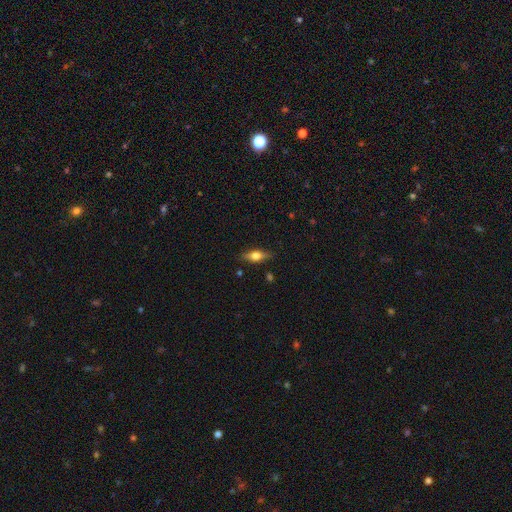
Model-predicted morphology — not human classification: This is possibly a smooth galaxy (59%). How rounded: likely in between (67%). Merging: clearly none (83%).